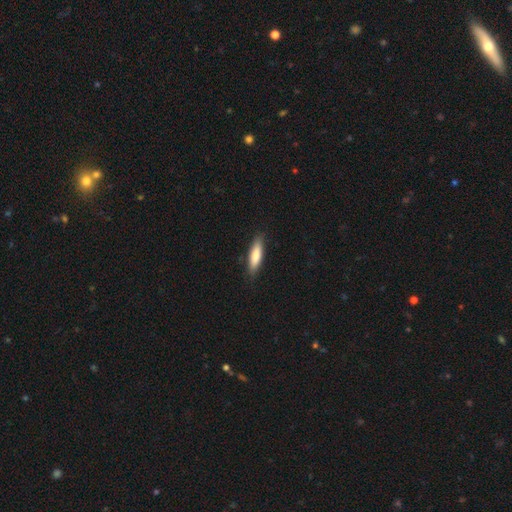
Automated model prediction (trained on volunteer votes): Smooth or featured? smooth (78%)
How rounded? cigar-shaped (66%)
Merging? none (87%)